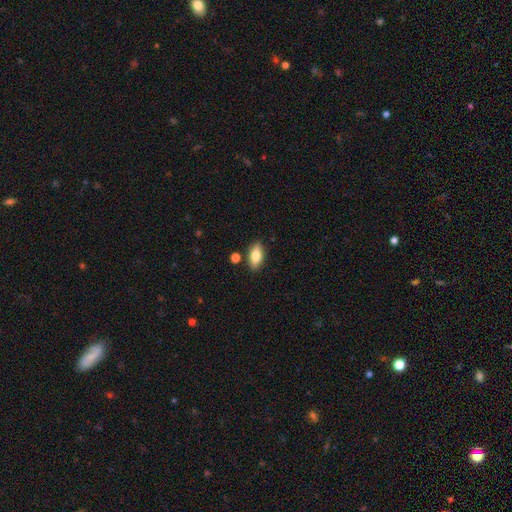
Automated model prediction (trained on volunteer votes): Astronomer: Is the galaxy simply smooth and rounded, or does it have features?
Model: smooth — 72%.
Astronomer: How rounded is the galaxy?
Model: in between — 81%.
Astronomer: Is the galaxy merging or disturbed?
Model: none — 84%.